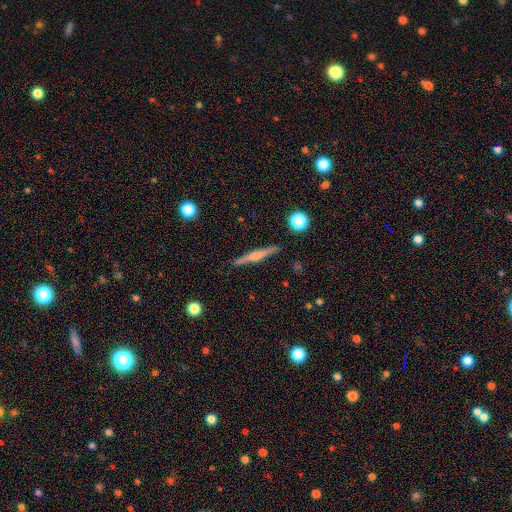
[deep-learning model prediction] Smooth or featured: featured or disk — 70% (smooth — 24%)
Edge-on disk: yes — 98% (no — 2%)
Edge-on bulge: rounded — 80% (none — 11%)
Merging: none — 91% (minor disturbance — 6%)